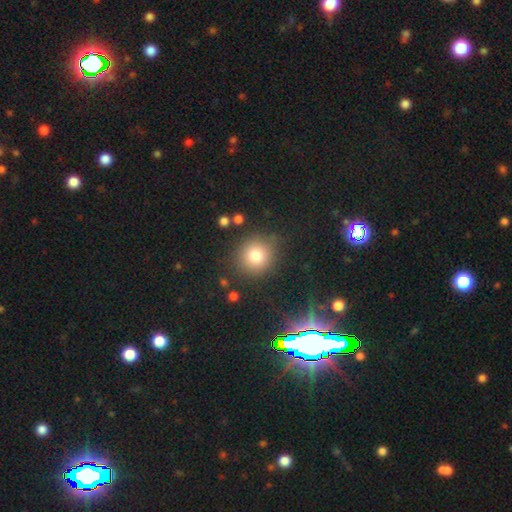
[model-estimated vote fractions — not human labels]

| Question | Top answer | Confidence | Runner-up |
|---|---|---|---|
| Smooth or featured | smooth | 79% | star or artifact (13%) |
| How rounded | round | 88% | in between (11%) |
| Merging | none | 83% | minor disturbance (10%) |